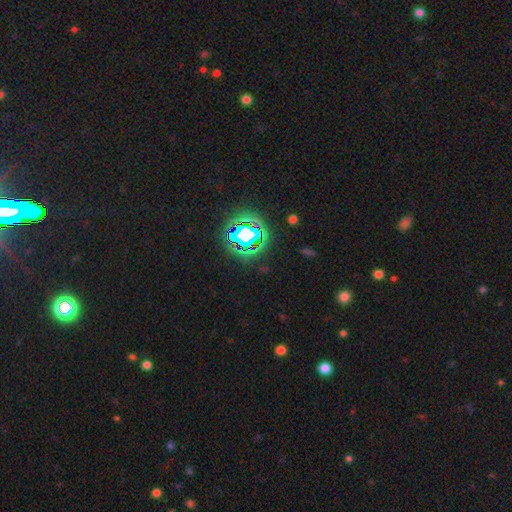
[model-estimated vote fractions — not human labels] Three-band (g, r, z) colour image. It shows a star or artifact, not a galaxy (81%).